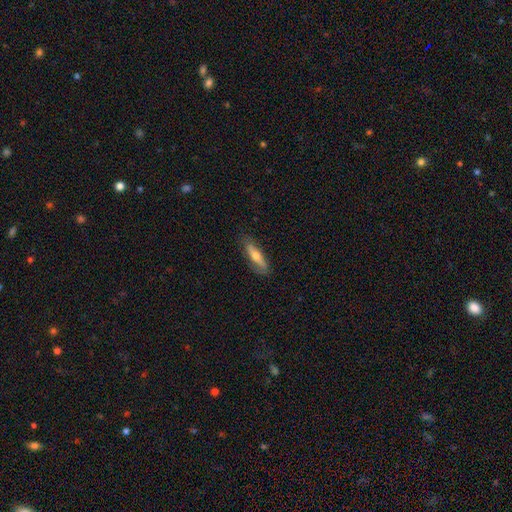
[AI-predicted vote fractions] A smooth galaxy with no disk features (56%) that is cigar-shaped (69%).

Vote fractions:
- Smooth or featured? smooth: 56% / featured or disk: 38% / star or artifact: 6%
- How rounded? cigar-shaped: 69% / in between: 29% / round: 2%
- Merging? none: 78% / minor disturbance: 17% / major disturbance: 4% / merger: 1%